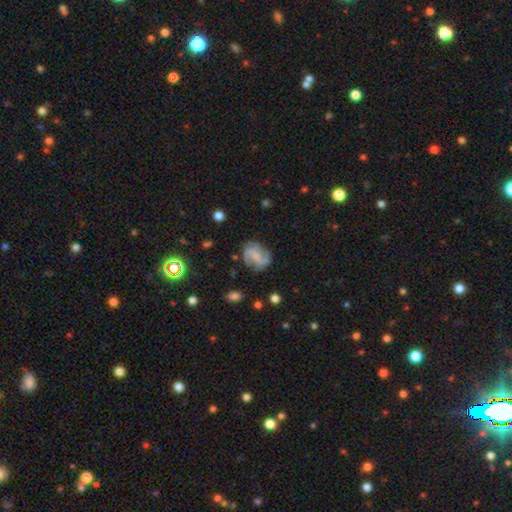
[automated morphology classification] Smooth or featured?
  - featured or disk: 65% *
  - smooth: 27%
  - star or artifact: 8%
Edge-on disk?
  - no: 98% *
  - yes: 2%
Bar?
  - no: 45% *
  - weak: 42%
  - strong: 12%
Spiral arms?
  - yes: 92% *
  - no: 8%
Spiral winding?
  - medium: 43% *
  - loose: 37%
  - tight: 20%
Spiral arm count?
  - 2: 51% *
  - 3: 22%
  - can't tell: 15%
  - 4: 5%
  - 1: 4%
  - more than 4: 3%
Bulge size?
  - none: 40% *
  - small: 38%
  - moderate: 17%
  - large: 3%
  - dominant: 1%
Merging?
  - none: 72% *
  - minor disturbance: 18%
  - major disturbance: 8%
  - merger: 2%